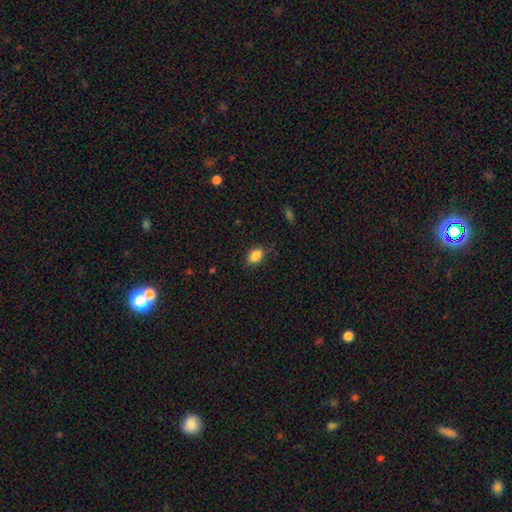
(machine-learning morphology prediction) Smooth or featured? smooth (83%)
How rounded? in between (81%)
Merging? none (70%)